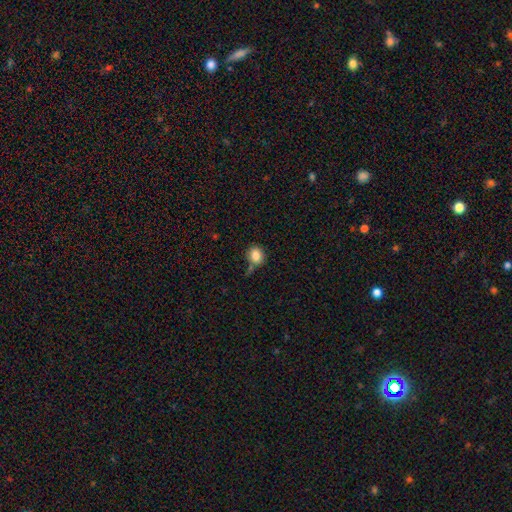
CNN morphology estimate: Smooth or featured: smooth — 84% (star or artifact — 10%)
How rounded: round — 71% (in between — 28%)
Merging: none — 65% (minor disturbance — 18%)